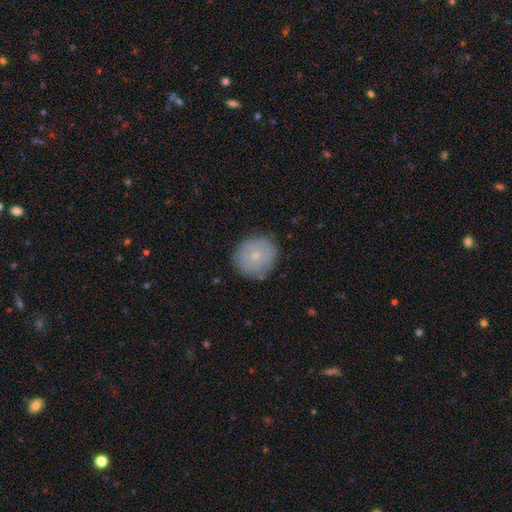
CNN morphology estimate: A smooth galaxy with no disk features (71%) that is round (85%). Merging: none (83%).